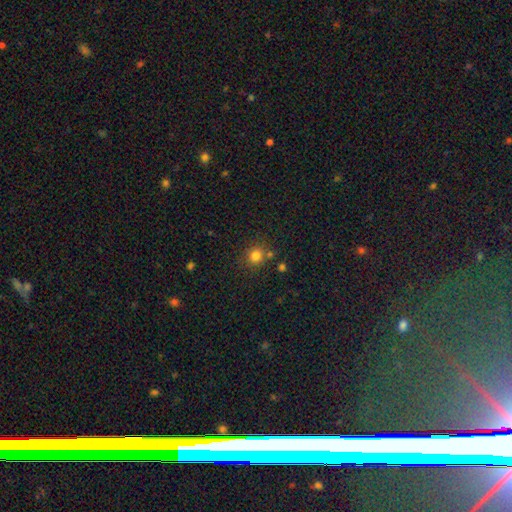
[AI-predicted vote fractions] Smooth or featured? Predicted: smooth (p=0.80). How rounded? Predicted: round (p=0.86). Merging? Predicted: none (p=0.76).